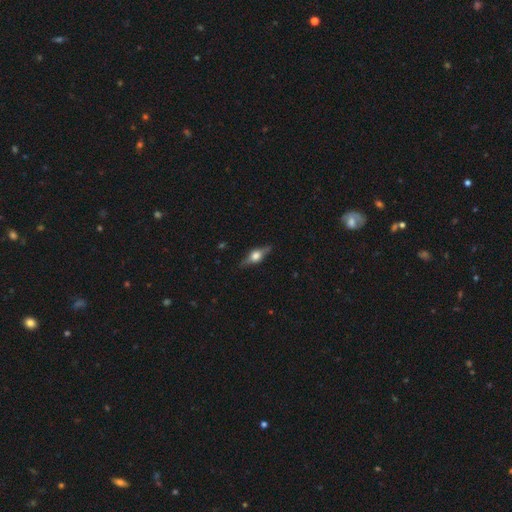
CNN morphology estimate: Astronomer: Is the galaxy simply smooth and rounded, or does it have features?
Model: featured or disk — 69%.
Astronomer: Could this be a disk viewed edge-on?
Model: yes — 95%.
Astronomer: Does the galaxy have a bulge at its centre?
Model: rounded — 93%.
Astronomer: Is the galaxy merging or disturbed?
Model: none — 86%.